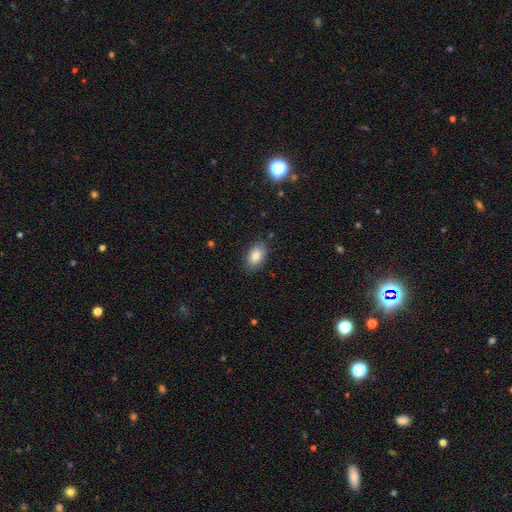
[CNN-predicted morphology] Smooth or featured: smooth — 83% (featured or disk — 9%)
How rounded: in between — 89% (round — 10%)
Merging: none — 84% (minor disturbance — 12%)